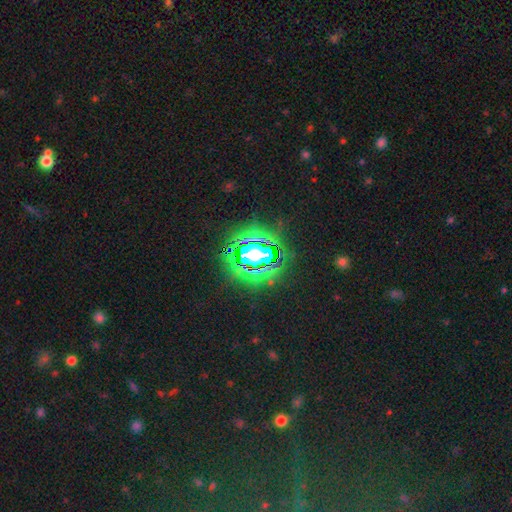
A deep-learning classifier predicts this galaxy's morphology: The model was most divided on "smooth or featured": star or artifact: 82%, smooth: 11%, featured or disk: 7%.